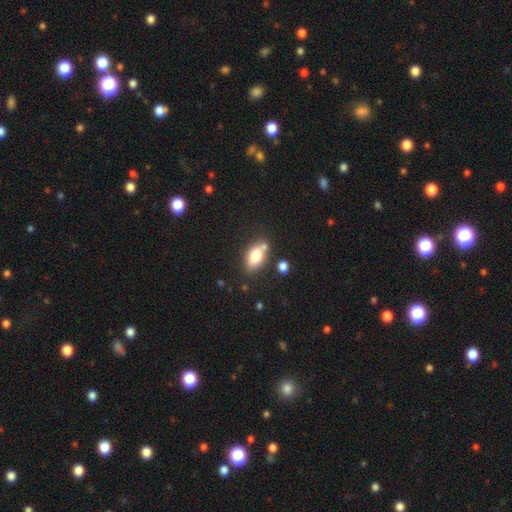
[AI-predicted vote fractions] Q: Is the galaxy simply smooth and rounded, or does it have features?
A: smooth — 78%.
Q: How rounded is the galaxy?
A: in between — 87%.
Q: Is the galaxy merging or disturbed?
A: none — 64%.